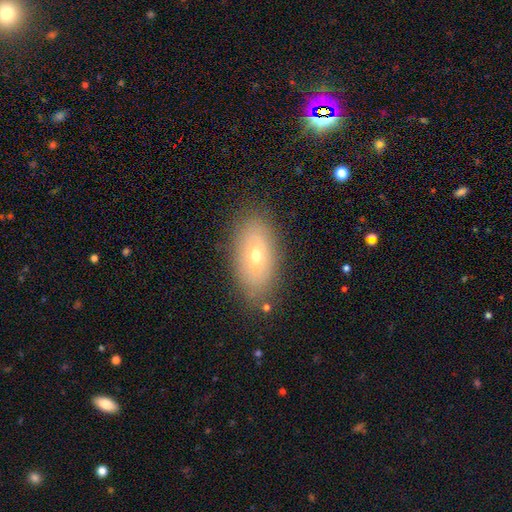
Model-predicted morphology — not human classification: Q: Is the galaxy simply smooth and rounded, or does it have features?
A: smooth — 60%.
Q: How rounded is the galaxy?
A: in between — 88%.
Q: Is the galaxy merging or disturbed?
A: none — 84%.